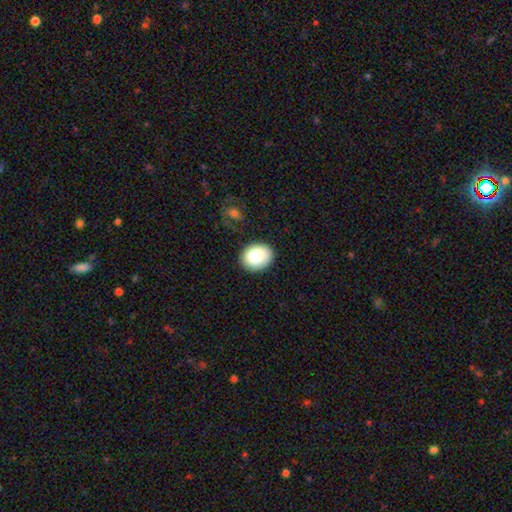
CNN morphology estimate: Smooth or featured? smooth (83%)
How rounded? in between (53%)
Merging? none (84%)